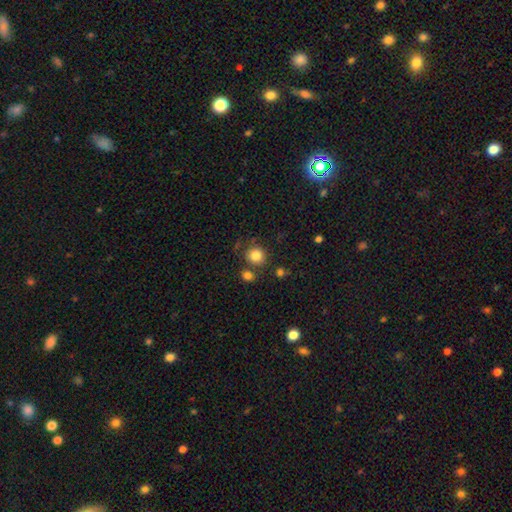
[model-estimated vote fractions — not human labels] Morphology: type=smooth (83%); roundness=round (89%); merging=none (76%).